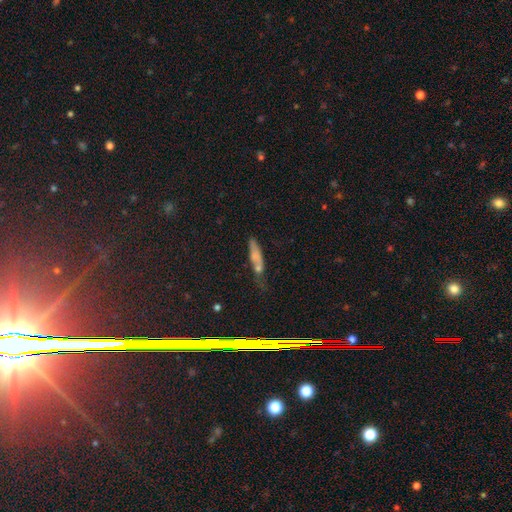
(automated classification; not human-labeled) Smooth or featured: smooth — 67% (featured or disk — 22%)
How rounded: cigar-shaped — 69% (in between — 27%)
Merging: none — 41% (minor disturbance — 27%)